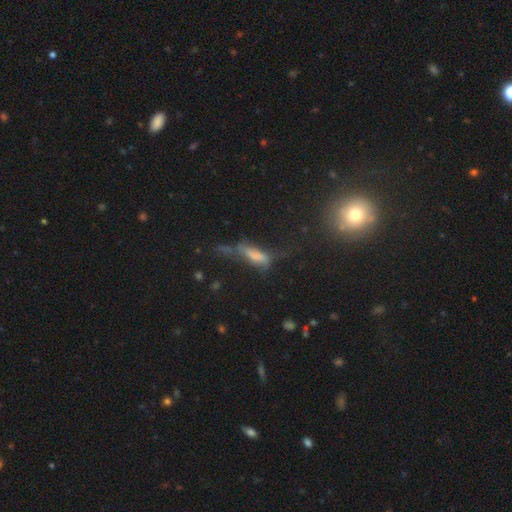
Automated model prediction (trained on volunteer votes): smooth-or-featured: smooth: 58% | featured or disk: 26% | star or artifact: 17%
  how-rounded: cigar-shaped: 53% | in between: 43% | round: 4%
  merging: major disturbance: 37% | none: 28% | minor disturbance: 25% | merger: 10%